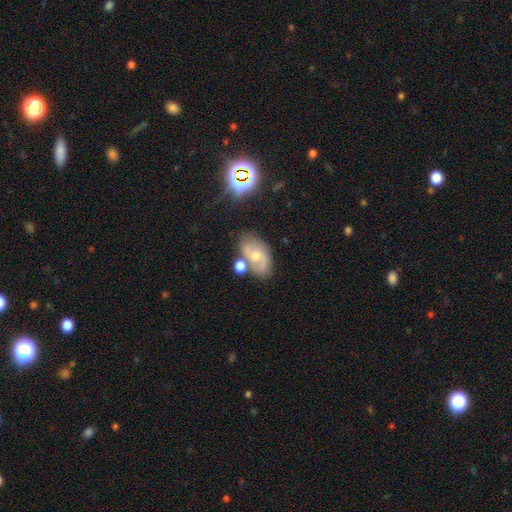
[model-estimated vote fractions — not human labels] Morphology: type=featured or disk (67%); edge-on=no (96%); bar=no (57%); spiral arms=yes (89%); winding=medium (49%); arm count=2 (86%); bulge=moderate (50%); merging=none (62%).